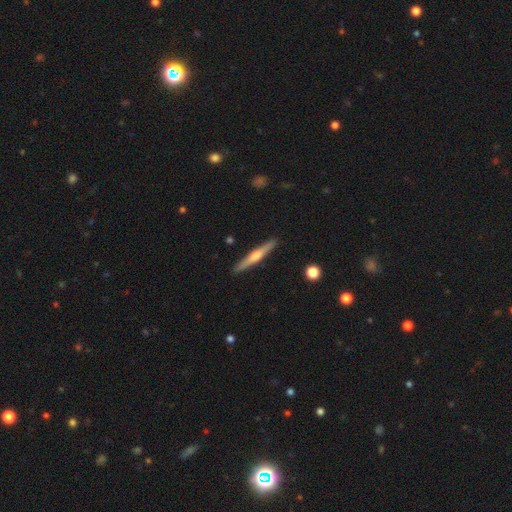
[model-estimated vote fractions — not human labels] This is likely a featured or disk galaxy (62%). It is clearly viewed edge-on (97%). Edge-on bulge: likely rounded (80%). Merging: clearly none (91%).